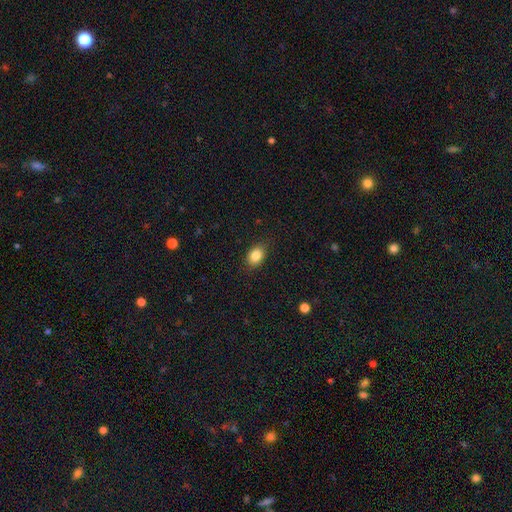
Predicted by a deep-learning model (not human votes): This is clearly a smooth galaxy (85%). How rounded: likely in between (72%). Merging: clearly none (85%).